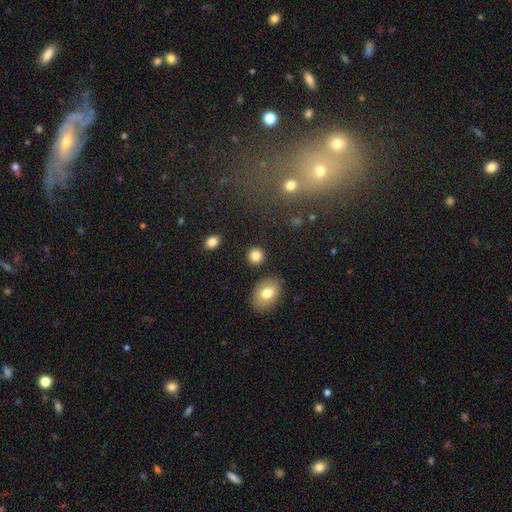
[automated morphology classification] A smooth galaxy with no disk features (84%) that is round (85%). Merging: none (87%).